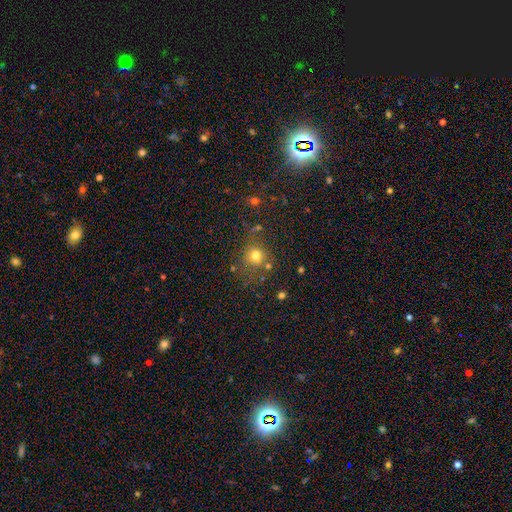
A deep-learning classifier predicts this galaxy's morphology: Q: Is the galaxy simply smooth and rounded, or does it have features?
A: smooth — 72%.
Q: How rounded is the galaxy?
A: round — 87%.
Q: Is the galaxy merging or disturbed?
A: none — 72%.